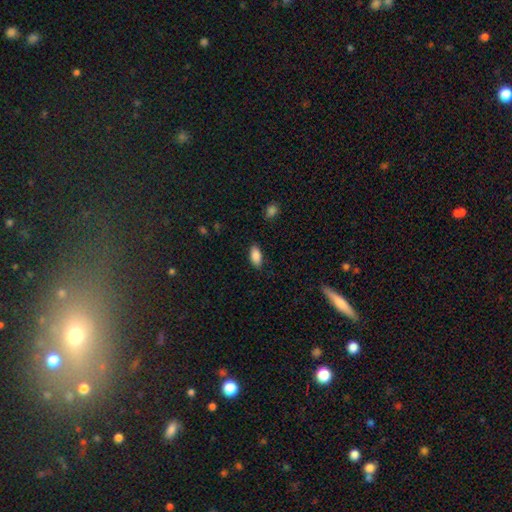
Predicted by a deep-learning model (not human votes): smooth 87%, star or artifact 7%, featured or disk 5%. Down the decision tree: how rounded — in between (91%); merging — none (85%).